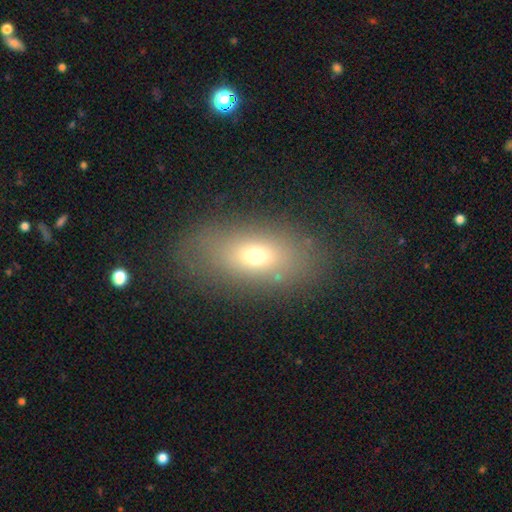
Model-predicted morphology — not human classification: Smooth or featured? Predicted: smooth (p=0.65). How rounded? Predicted: in between (p=0.84). Merging? Predicted: none (p=0.73).